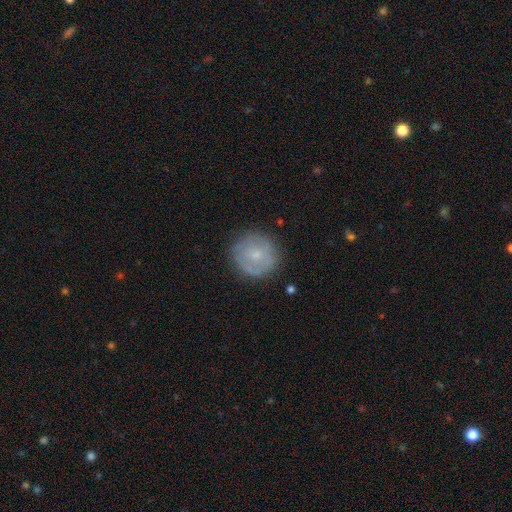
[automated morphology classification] Smooth or featured? smooth (50%)
Merging? none (80%)